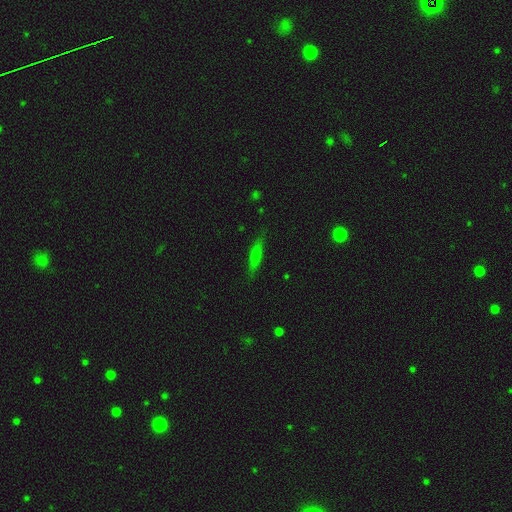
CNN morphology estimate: type=smooth (49%); merging=none (86%).